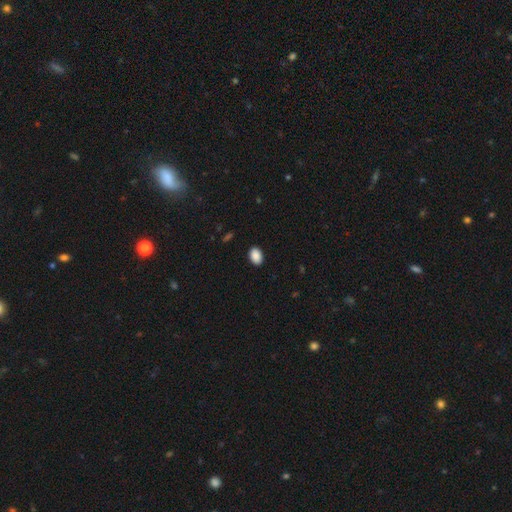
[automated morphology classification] A smooth galaxy with no disk features (90%) that is in between round and cigar-shaped (78%). Merging: none (90%).